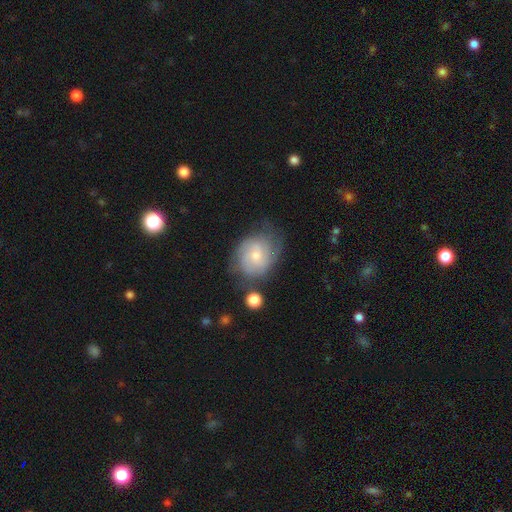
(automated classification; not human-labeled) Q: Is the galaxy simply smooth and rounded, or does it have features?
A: featured or disk — 61%.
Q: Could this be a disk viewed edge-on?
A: no — 97%.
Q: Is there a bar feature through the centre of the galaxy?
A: no — 62%.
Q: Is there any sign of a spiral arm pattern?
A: yes — 88%.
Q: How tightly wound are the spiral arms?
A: tight — 53%.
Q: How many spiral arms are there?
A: can't tell — 39%.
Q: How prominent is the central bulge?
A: small — 56%.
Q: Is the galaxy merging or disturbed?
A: none — 60%.